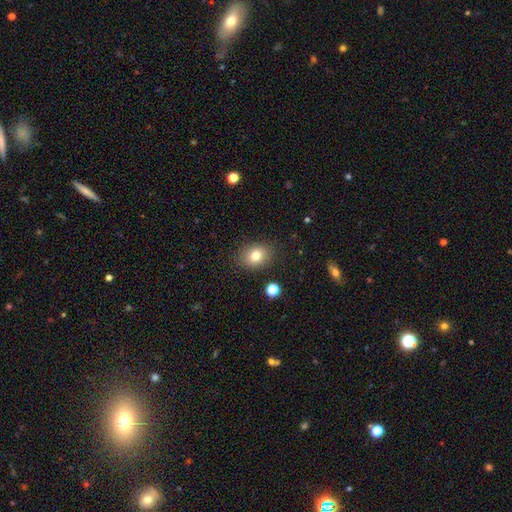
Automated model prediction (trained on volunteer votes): A smooth galaxy with no disk features (79%) that is in between round and cigar-shaped (60%). Merging: none (86%).